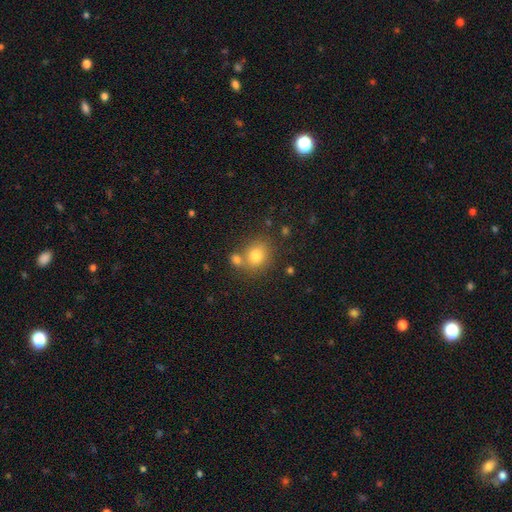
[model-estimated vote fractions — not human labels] Q: Smooth or featured?
A: smooth (79%); runner-up: star or artifact (12%)
Q: How rounded?
A: round (69%); runner-up: in between (30%)
Q: Merging?
A: none (60%); runner-up: merger (24%)